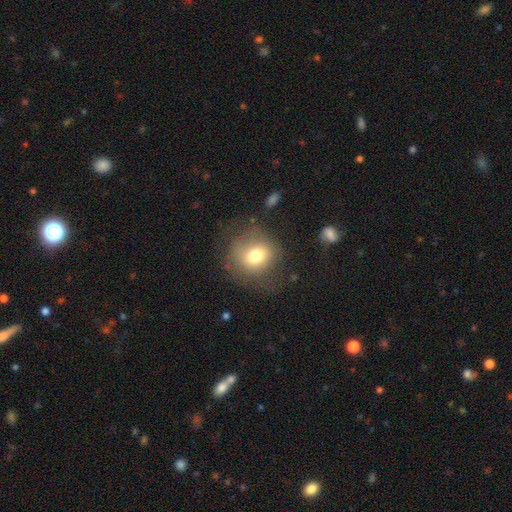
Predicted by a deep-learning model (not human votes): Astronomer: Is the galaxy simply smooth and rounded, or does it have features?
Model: smooth — 72%.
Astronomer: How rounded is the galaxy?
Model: round — 81%.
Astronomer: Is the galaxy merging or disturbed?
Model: none — 63%.